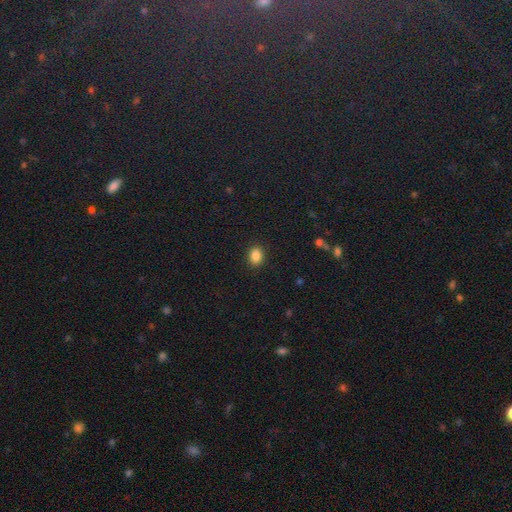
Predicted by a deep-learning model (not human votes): Overall: smooth (86%). How rounded: in between (54%; round 45%). Merging: none (90%).